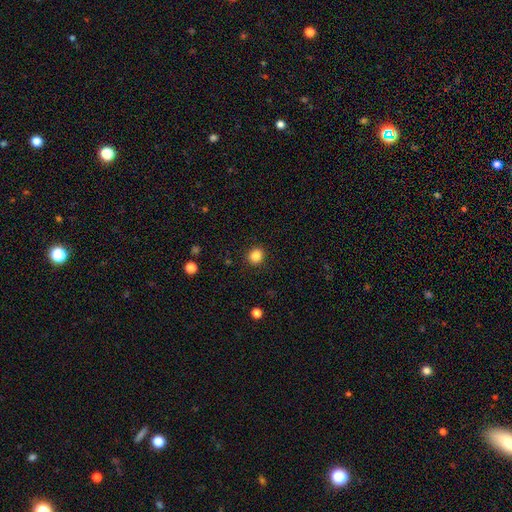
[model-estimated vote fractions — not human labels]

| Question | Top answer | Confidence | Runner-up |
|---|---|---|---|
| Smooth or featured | smooth | 85% | star or artifact (11%) |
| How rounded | round | 84% | in between (15%) |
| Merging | none | 91% | minor disturbance (6%) |